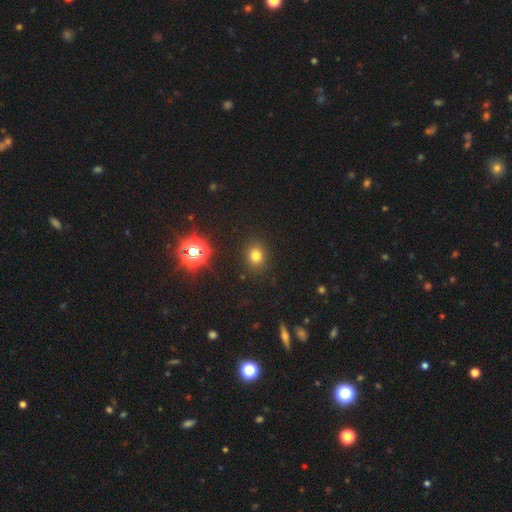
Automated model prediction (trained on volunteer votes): A smooth galaxy with no disk features (75%) that is round (76%). Merging: none (90%).